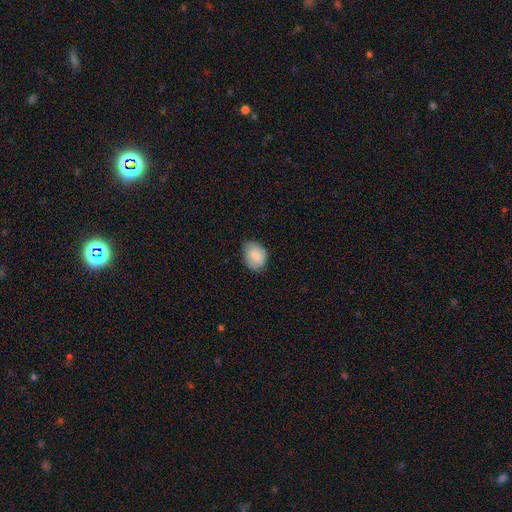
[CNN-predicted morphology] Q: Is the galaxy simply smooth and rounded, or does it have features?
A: smooth — 80%.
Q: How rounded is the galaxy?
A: in between — 64%.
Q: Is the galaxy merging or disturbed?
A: none — 69%.